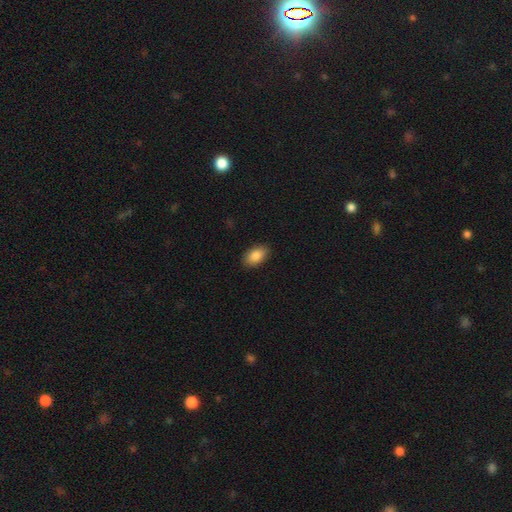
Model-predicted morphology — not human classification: This is clearly a smooth galaxy (86%). How rounded: clearly in between (92%). Merging: clearly none (89%).